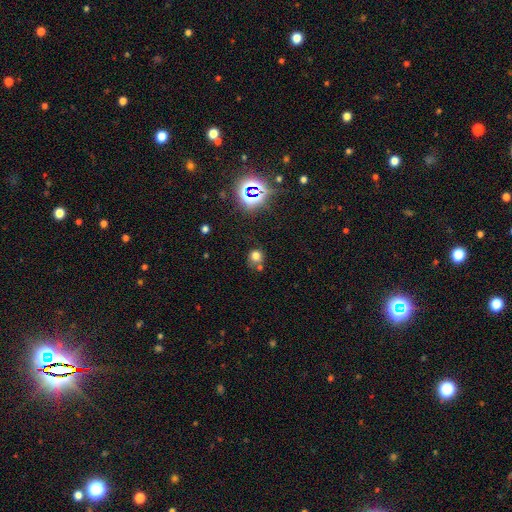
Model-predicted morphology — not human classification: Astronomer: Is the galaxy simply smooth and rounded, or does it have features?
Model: smooth — 68%.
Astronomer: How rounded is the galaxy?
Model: round — 83%.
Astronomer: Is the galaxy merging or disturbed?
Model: none — 59%.